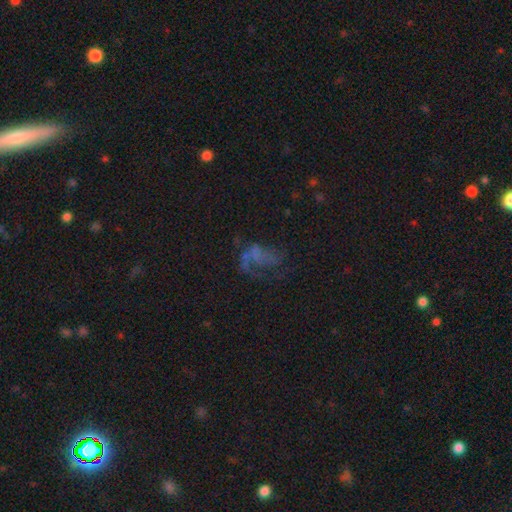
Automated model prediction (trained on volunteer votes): smooth_or_featured: featured or disk (p=0.50) [alt: smooth p=0.27]
disk_edge_on: no (p=0.98) [alt: yes p=0.02]
merging: major disturbance (p=0.46) [alt: none p=0.31]